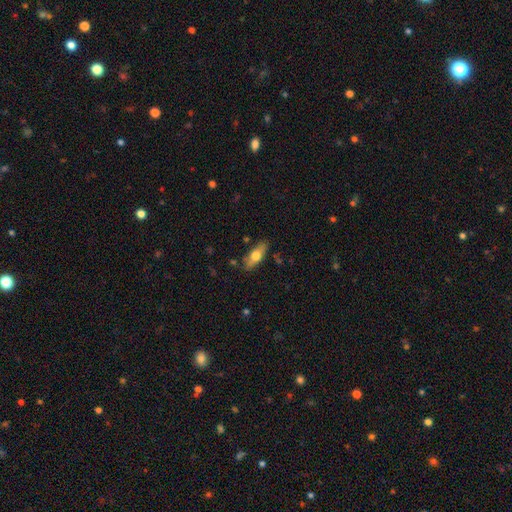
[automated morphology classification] Smooth or featured? smooth (63%)
How rounded? in between (69%)
Merging? none (81%)